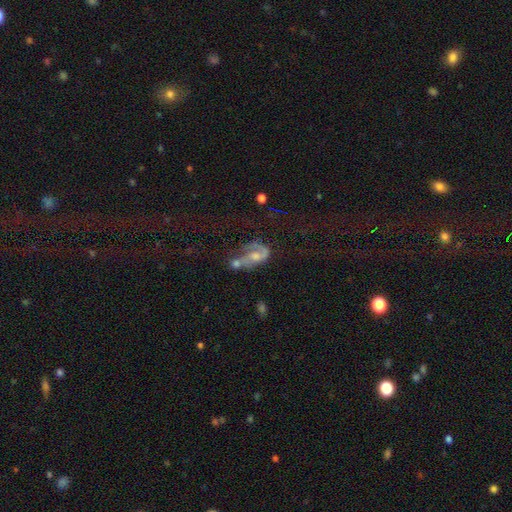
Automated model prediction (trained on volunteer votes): Q: Smooth or featured?
A: featured or disk (64%); runner-up: smooth (23%)
Q: Edge-on disk?
A: no (96%); runner-up: yes (4%)
Q: Bar?
A: no (64%); runner-up: weak (29%)
Q: Spiral arms?
A: yes (78%); runner-up: no (22%)
Q: Bulge size?
A: moderate (49%); runner-up: small (27%)
Q: Merging?
A: merger (39%); runner-up: major disturbance (24%)